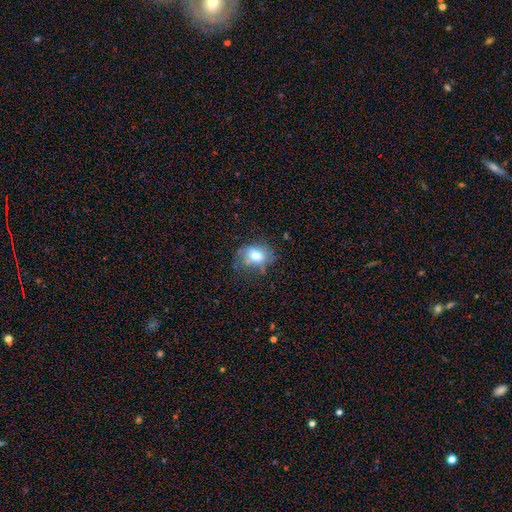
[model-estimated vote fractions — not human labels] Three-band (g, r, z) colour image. It shows a smooth galaxy with no disk features (65%) that is in between round and cigar-shaped (66%). Merging: none (52%).